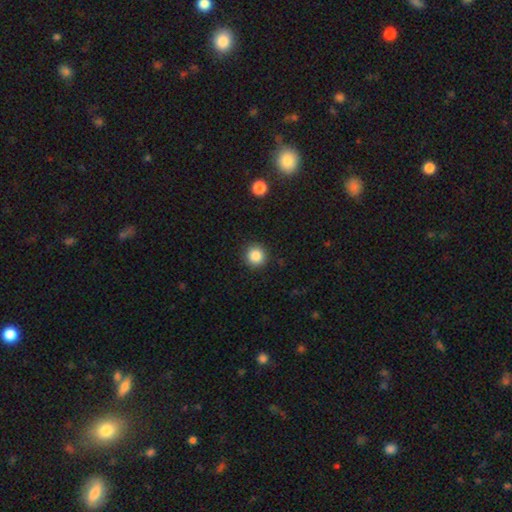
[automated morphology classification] Overall: smooth (86%). How rounded: round (95%). Merging: none (91%).